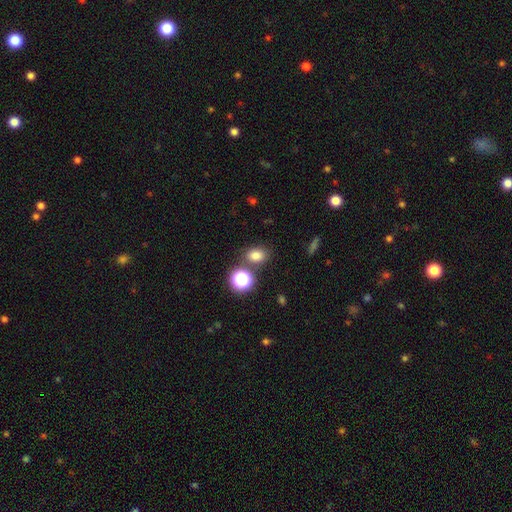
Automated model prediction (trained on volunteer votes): Smooth or featured: smooth — 77% (star or artifact — 17%)
How rounded: in between — 59% (round — 40%)
Merging: none — 74% (merger — 11%)